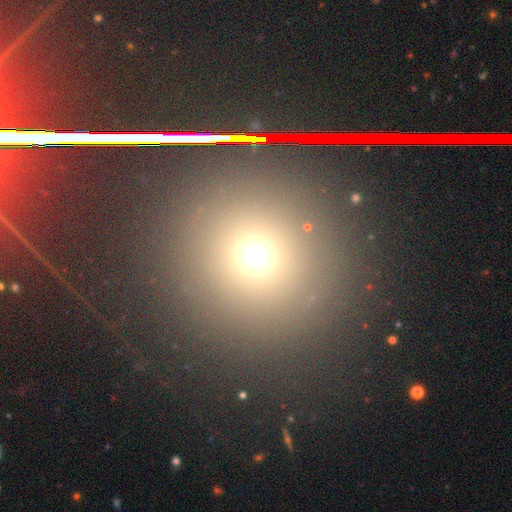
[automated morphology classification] Smooth or featured?
  - smooth: 62% *
  - star or artifact: 30%
  - featured or disk: 8%
How rounded?
  - round: 91% *
  - in between: 8%
  - cigar-shaped: 1%
Merging?
  - none: 86% *
  - minor disturbance: 7%
  - major disturbance: 4%
  - merger: 3%